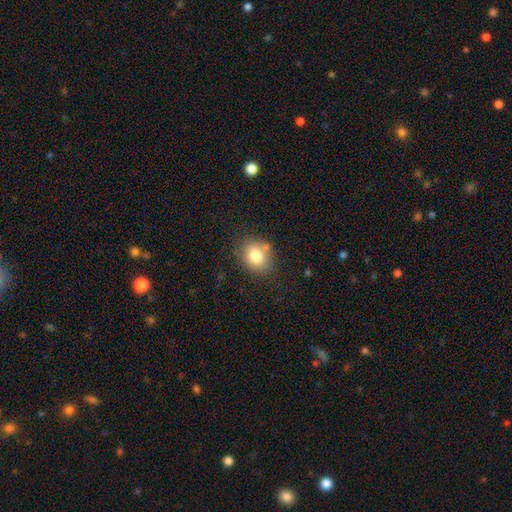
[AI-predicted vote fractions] Q: Smooth or featured?
A: smooth (80%); runner-up: featured or disk (10%)
Q: How rounded?
A: in between (50%); runner-up: round (49%)
Q: Merging?
A: none (76%); runner-up: minor disturbance (15%)